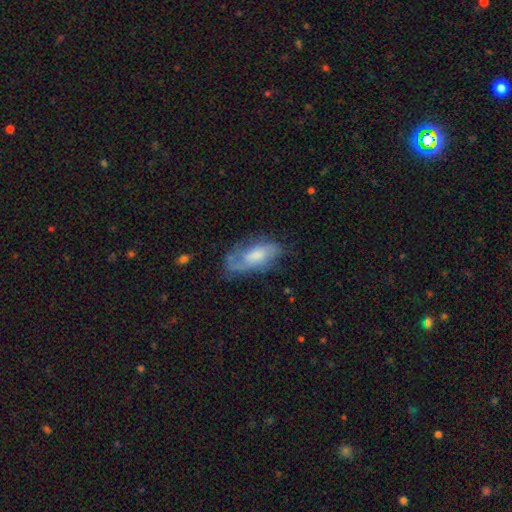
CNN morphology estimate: Smooth or featured: featured or disk — 55% (smooth — 38%)
Edge-on disk: no — 89% (yes — 11%)
Merging: none — 53% (minor disturbance — 28%)